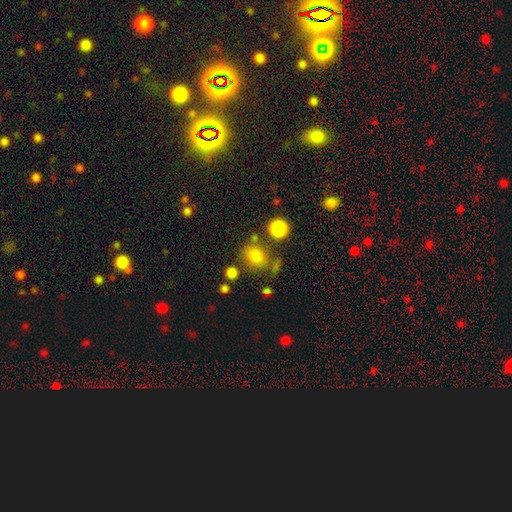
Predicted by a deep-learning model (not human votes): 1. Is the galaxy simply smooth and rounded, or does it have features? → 79% smooth, 14% star or artifact, 8% featured or disk.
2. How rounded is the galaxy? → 67% round, 31% in between, 1% cigar-shaped.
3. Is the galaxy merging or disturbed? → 68% none, 14% minor disturbance, 12% merger, 6% major disturbance.